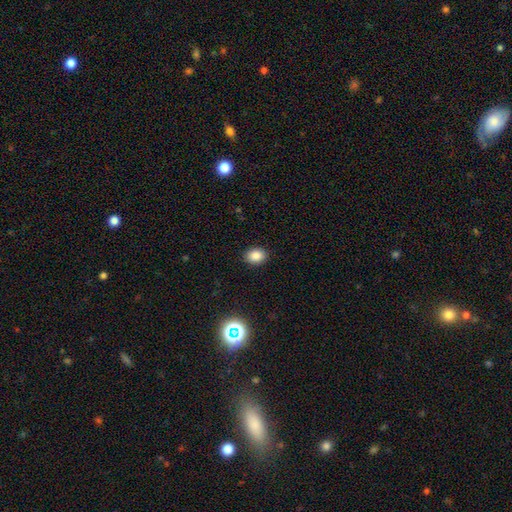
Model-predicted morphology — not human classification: type=smooth (84%); roundness=in between (58%); merging=none (89%).